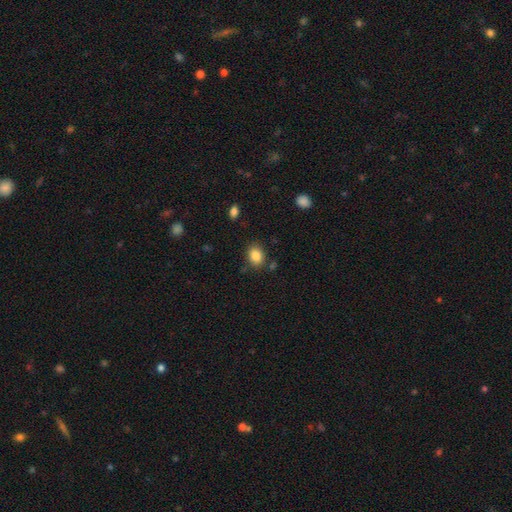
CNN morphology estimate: Smooth or featured? smooth (85%)
How rounded? in between (60%)
Merging? none (82%)